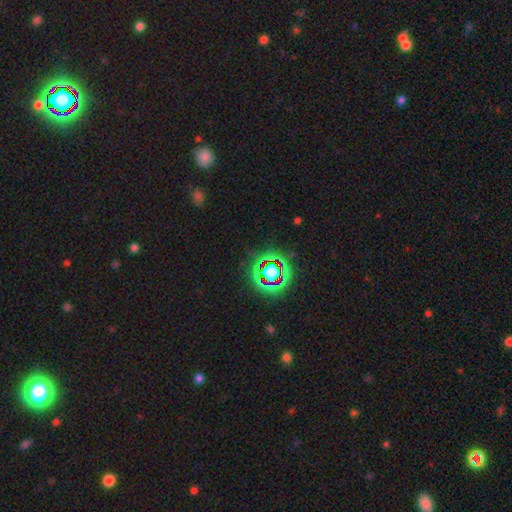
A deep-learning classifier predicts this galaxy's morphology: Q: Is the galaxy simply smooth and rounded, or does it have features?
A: star or artifact — 77%.